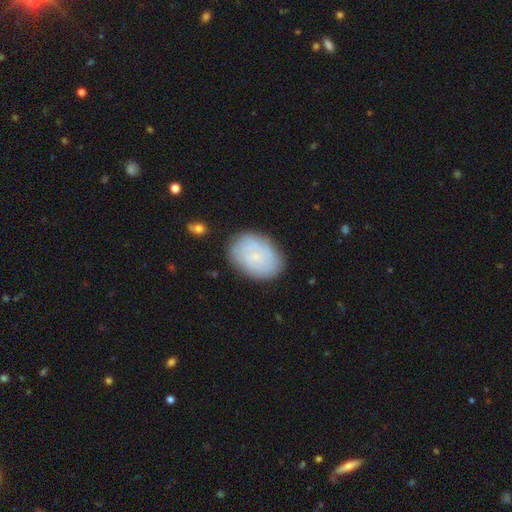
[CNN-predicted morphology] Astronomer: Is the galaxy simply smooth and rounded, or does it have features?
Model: smooth — 50% (runner-up: featured or disk, 42%).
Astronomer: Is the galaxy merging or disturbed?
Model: none — 80%.